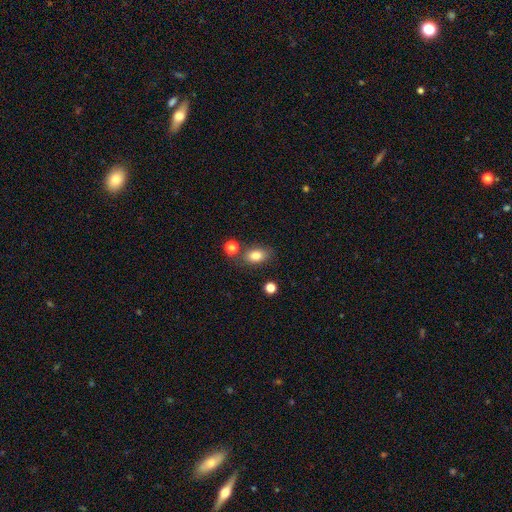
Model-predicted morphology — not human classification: Smooth or featured: smooth — 83% (star or artifact — 10%)
How rounded: in between — 84% (round — 14%)
Merging: none — 73% (minor disturbance — 13%)